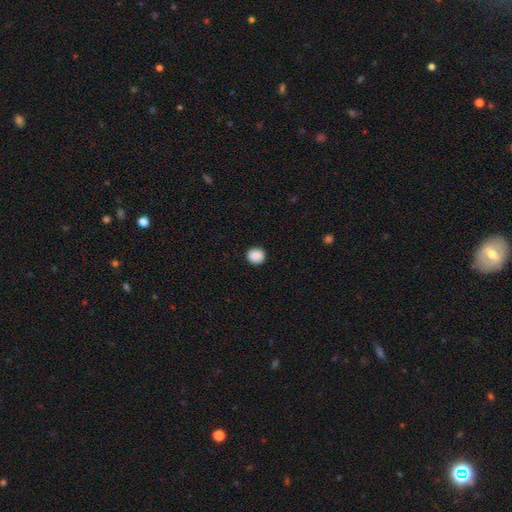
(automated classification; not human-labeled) This is clearly a smooth galaxy (89%). How rounded: clearly round (84%). Merging: clearly none (90%).